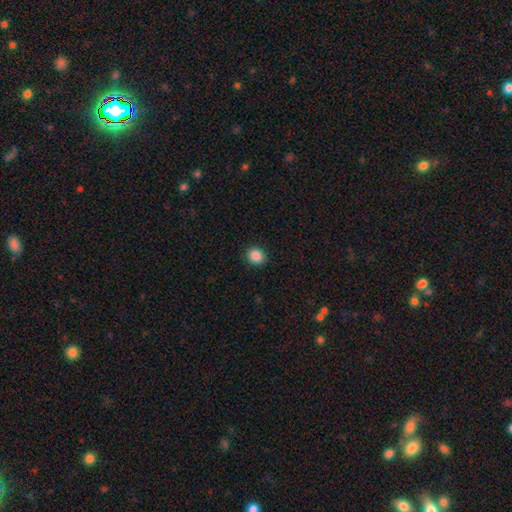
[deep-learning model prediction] smooth 87%, star or artifact 10%, featured or disk 3%. Down the decision tree: how rounded — round (83%); merging — none (91%).